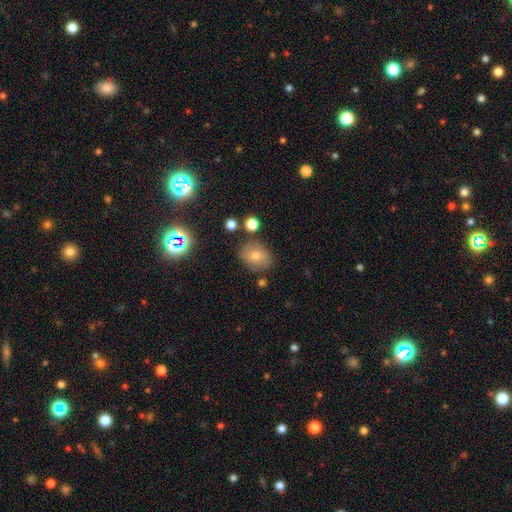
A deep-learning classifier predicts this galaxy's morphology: Smooth or featured? Predicted: smooth (p=0.66). How rounded? Predicted: in between (p=0.60). Merging? Predicted: none (p=0.79).